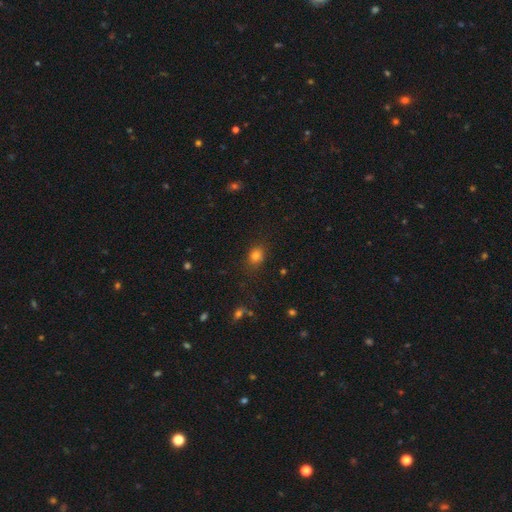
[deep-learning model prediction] A smooth galaxy with no disk features (79%) that is round (54%). Merging: none (81%).